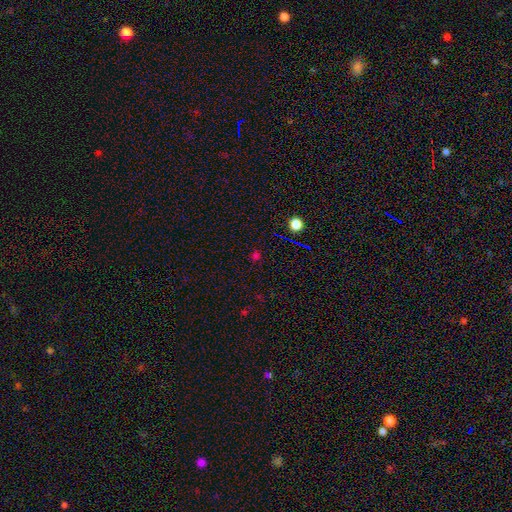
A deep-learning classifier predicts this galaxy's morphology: type=star or artifact (51%).